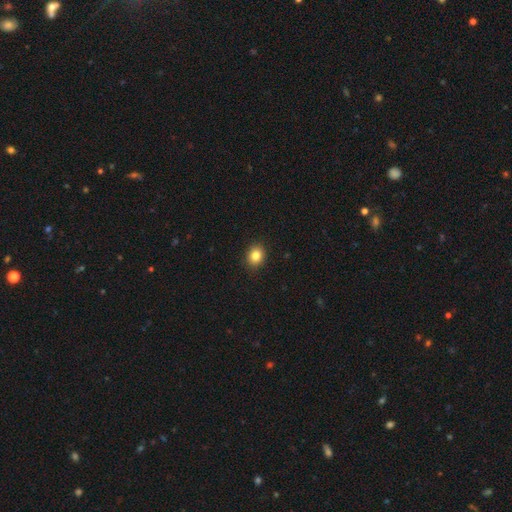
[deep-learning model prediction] A smooth galaxy with no disk features (83%) that is round (62%). Merging: none (91%).